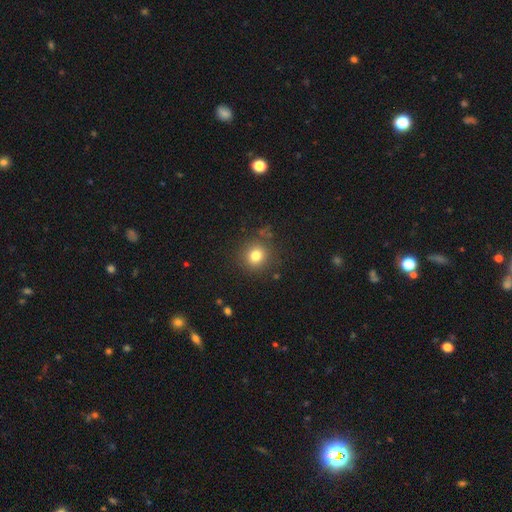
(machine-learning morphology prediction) smooth 80%, star or artifact 13%, featured or disk 7%. Down the decision tree: how rounded — round (89%); merging — none (87%).